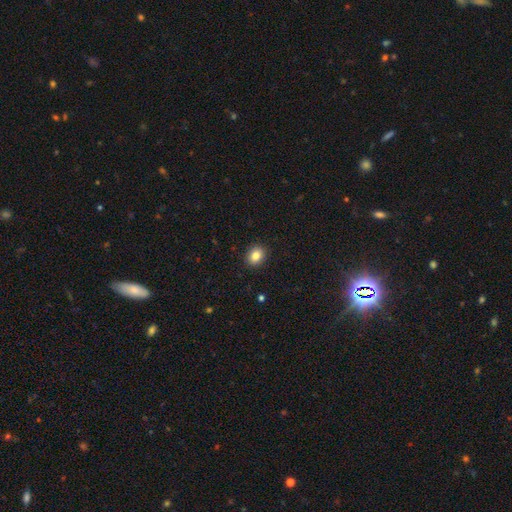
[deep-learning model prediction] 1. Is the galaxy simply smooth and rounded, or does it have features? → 84% smooth, 10% star or artifact, 6% featured or disk.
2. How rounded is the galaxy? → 54% round, 45% in between, 1% cigar-shaped.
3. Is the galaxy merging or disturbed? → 91% none, 6% minor disturbance, 2% major disturbance, 1% merger.